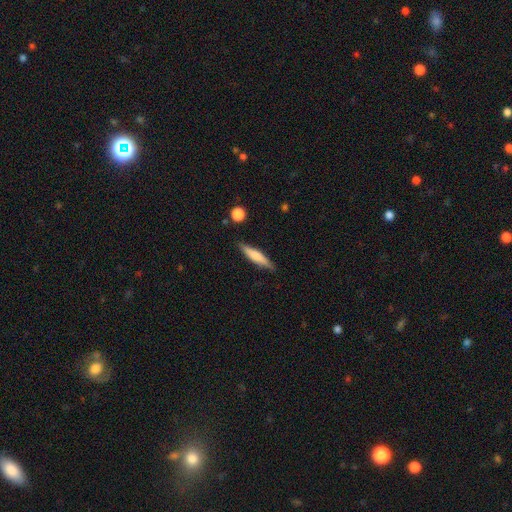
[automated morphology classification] The model was most divided on "smooth or featured": smooth: 60%, featured or disk: 34%, star or artifact: 6%. More confident: merging — none (85%); how rounded — cigar-shaped (84%).